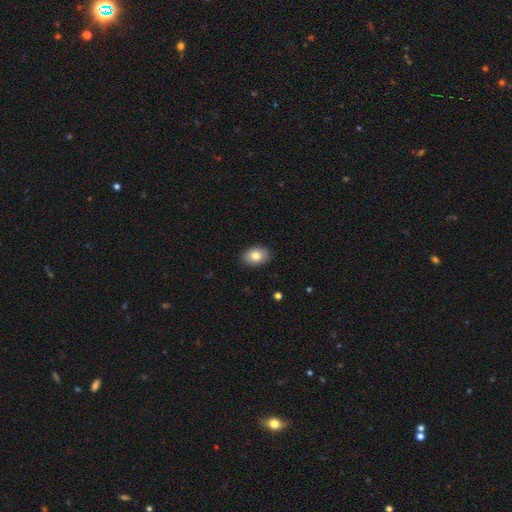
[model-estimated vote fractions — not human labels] This is clearly a smooth galaxy (81%). How rounded: clearly in between (80%). Merging: clearly none (89%).